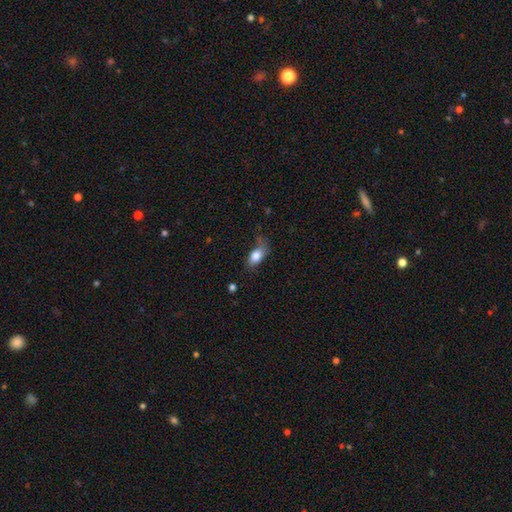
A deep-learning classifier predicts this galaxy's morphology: Smooth or featured? smooth (81%)
How rounded? in between (87%)
Merging? none (53%)